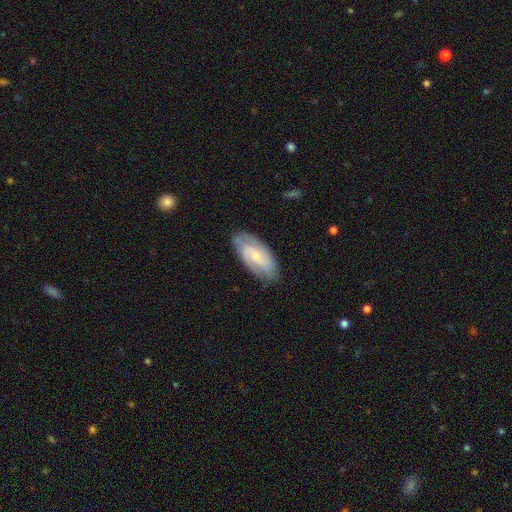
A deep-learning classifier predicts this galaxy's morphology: The model was most divided on "spiral winding": tight: 48%, medium: 39%, loose: 13%. More confident: edge-on disk — no (94%); spiral arms — yes (92%); merging — none (77%); smooth or featured — featured or disk (72%); bulge size — small (66%); bar — no (54%); spiral arm count — 2 (52%).